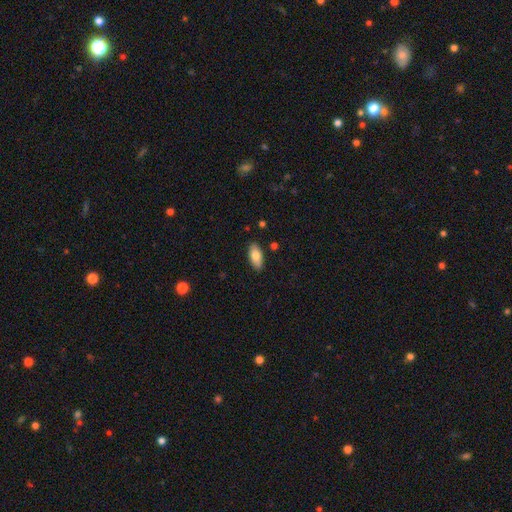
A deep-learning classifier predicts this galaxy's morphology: smooth_or_featured: smooth (p=0.79) [alt: featured or disk p=0.14]
how_rounded: in between (p=0.90) [alt: cigar-shaped p=0.07]
merging: none (p=0.87) [alt: minor disturbance p=0.09]